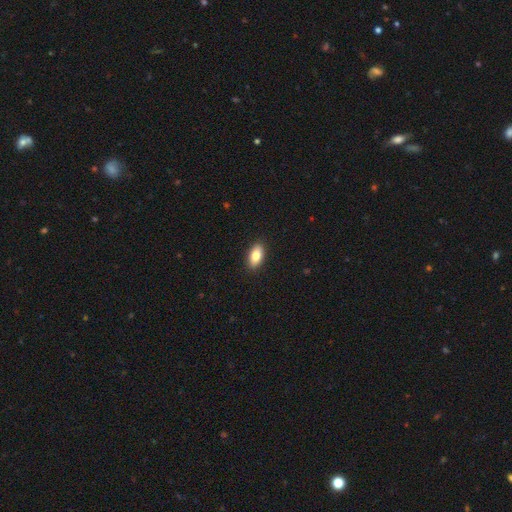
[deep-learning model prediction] A smooth galaxy with no disk features (82%) that is in between round and cigar-shaped (90%). Merging: none (90%).